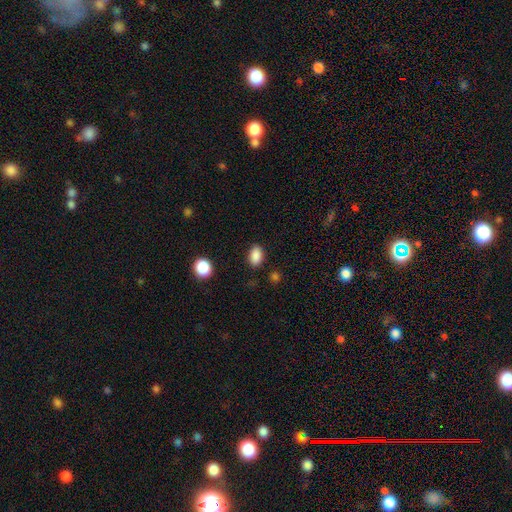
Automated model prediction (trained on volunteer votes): Overall: smooth (88%). How rounded: in between (85%). Merging: none (86%).